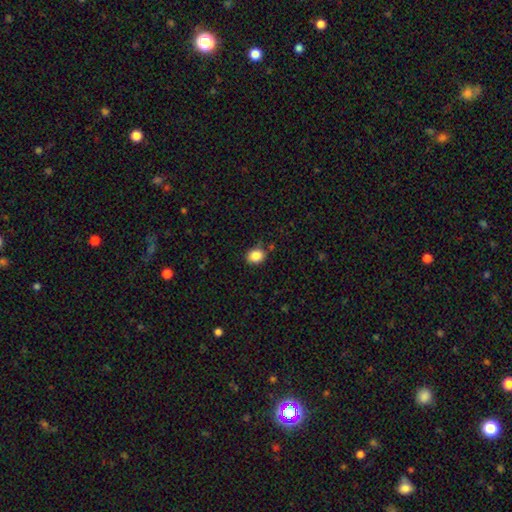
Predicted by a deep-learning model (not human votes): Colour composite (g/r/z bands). It shows a smooth galaxy with no disk features (86%) that is round (50%). Merging: none (79%).